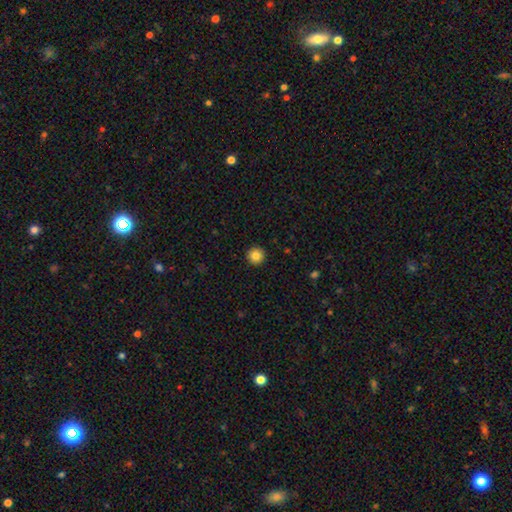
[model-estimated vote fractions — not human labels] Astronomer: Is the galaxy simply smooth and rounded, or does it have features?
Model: smooth — 85%.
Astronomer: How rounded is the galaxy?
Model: round — 96%.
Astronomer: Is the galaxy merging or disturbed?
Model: none — 93%.